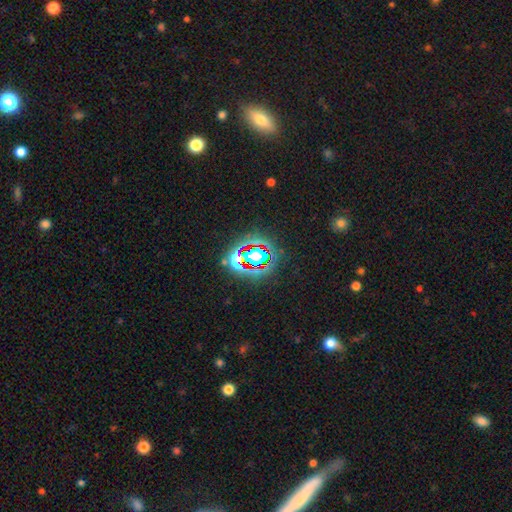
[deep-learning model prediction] smooth_or_featured: star or artifact (p=0.68) [alt: smooth p=0.19]